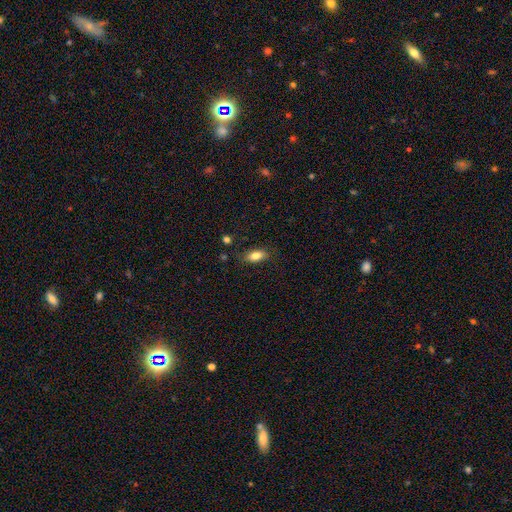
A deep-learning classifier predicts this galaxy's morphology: smooth 82%, featured or disk 10%, star or artifact 8%. Down the decision tree: how rounded — in between (86%); merging — none (83%).